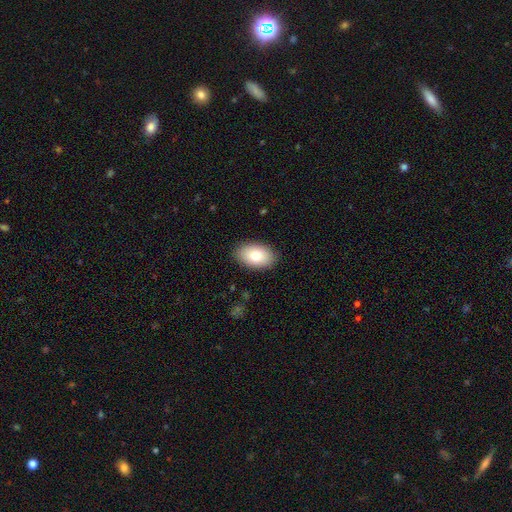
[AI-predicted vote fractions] A smooth galaxy with no disk features (79%) that is in between round and cigar-shaped (92%).

Vote fractions:
- Smooth or featured? smooth: 79% / featured or disk: 14% / star or artifact: 7%
- How rounded? in between: 92% / round: 7% / cigar-shaped: 1%
- Merging? none: 88% / minor disturbance: 9% / major disturbance: 2% / merger: 1%